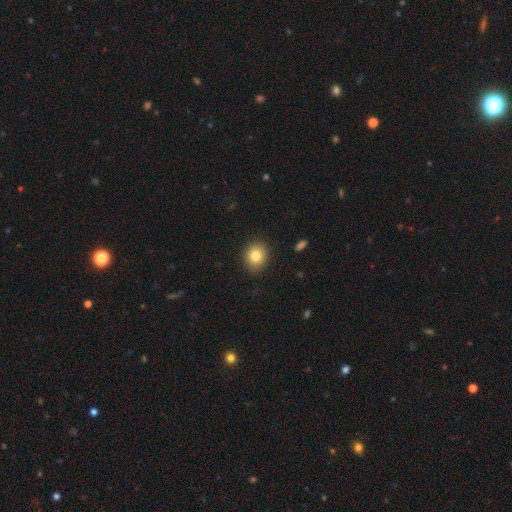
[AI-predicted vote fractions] Smooth or featured? smooth (82%)
How rounded? round (68%)
Merging? none (89%)